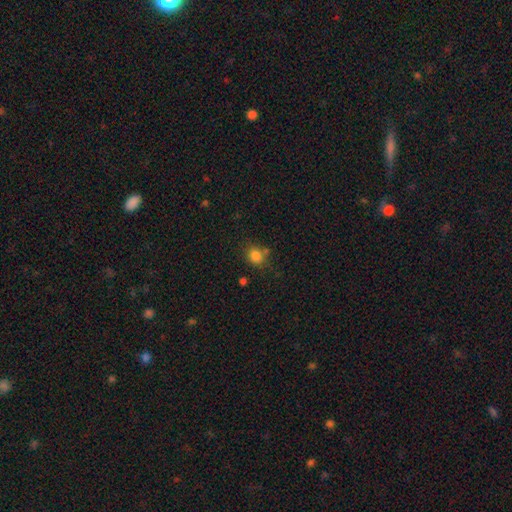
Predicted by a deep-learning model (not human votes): Smooth or featured? Predicted: smooth (p=0.82). How rounded? Predicted: round (p=0.74). Merging? Predicted: none (p=0.66).